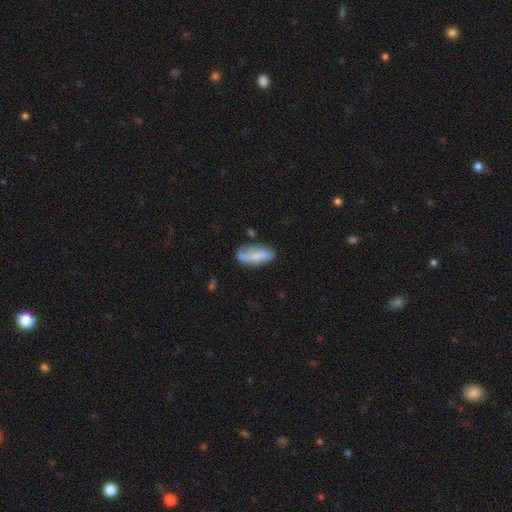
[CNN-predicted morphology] This is possibly a smooth galaxy (49%). Merging: possibly none (51%).